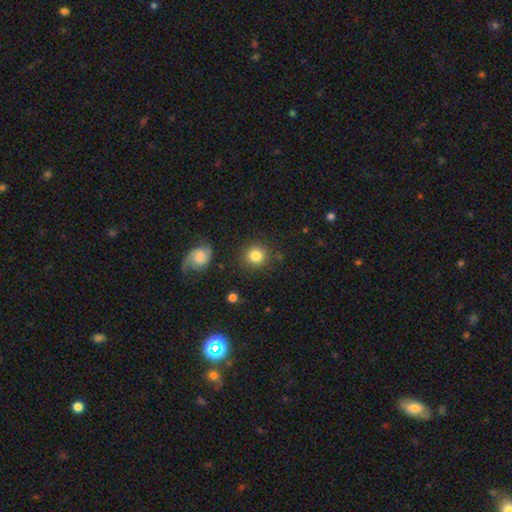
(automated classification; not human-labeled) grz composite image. It shows a smooth galaxy with no disk features (82%) that is round (90%). Merging: none (85%).